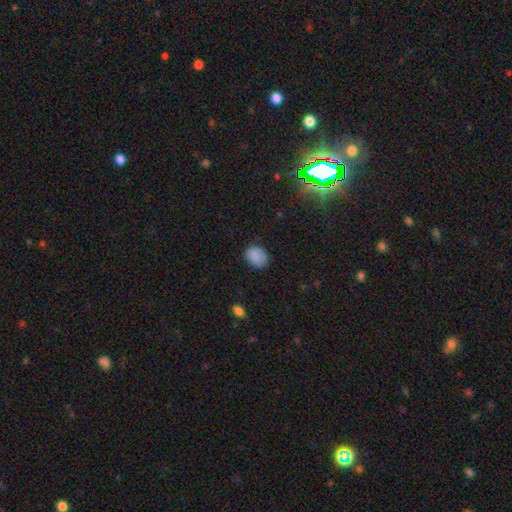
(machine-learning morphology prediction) smooth-or-featured: smooth: 86% | star or artifact: 9% | featured or disk: 5%
  how-rounded: round: 50% | in between: 49% | cigar-shaped: 1%
  merging: none: 79% | minor disturbance: 16% | major disturbance: 3% | merger: 1%